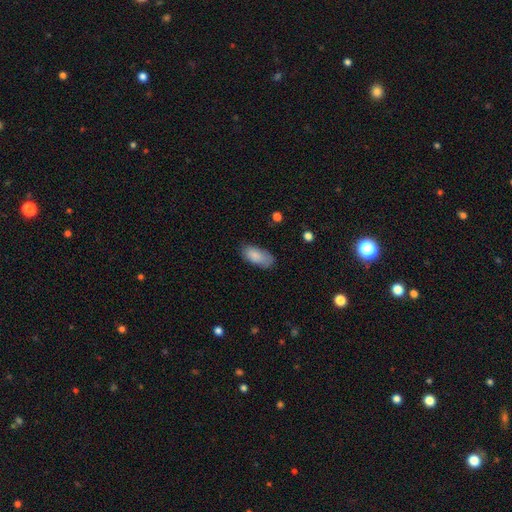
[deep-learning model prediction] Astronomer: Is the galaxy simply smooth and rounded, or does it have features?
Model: smooth — 86%.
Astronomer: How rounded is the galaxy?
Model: in between — 91%.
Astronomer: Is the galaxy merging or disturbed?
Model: none — 71%.